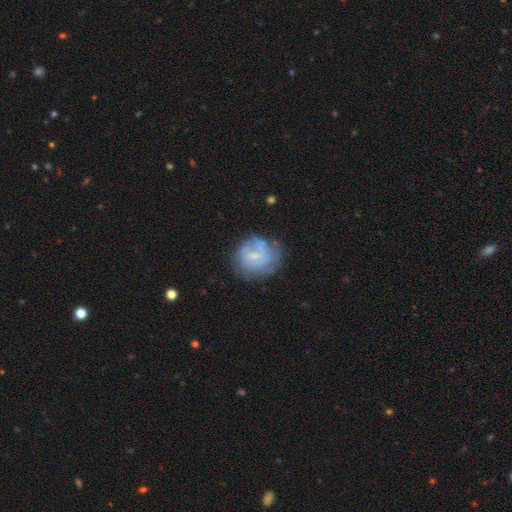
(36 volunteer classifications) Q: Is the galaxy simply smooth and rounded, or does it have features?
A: featured or disk — 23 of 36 (64%).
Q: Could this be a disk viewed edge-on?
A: no — 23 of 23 (100%).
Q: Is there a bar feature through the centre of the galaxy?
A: no — 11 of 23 (48%).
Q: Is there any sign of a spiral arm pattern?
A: yes — 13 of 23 (57%).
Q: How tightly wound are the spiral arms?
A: tight — 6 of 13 (46%).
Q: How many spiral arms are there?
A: can't tell — 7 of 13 (54%).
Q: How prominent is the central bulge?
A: moderate — 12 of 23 (52%).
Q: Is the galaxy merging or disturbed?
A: none — 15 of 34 (44%).